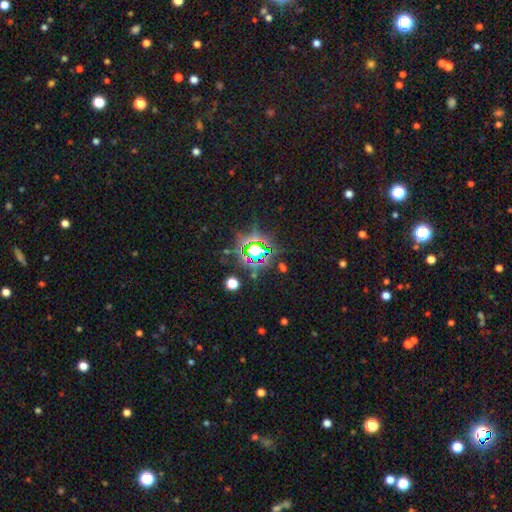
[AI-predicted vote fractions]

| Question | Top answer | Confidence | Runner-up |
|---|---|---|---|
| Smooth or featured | star or artifact | 74% | smooth (16%) |